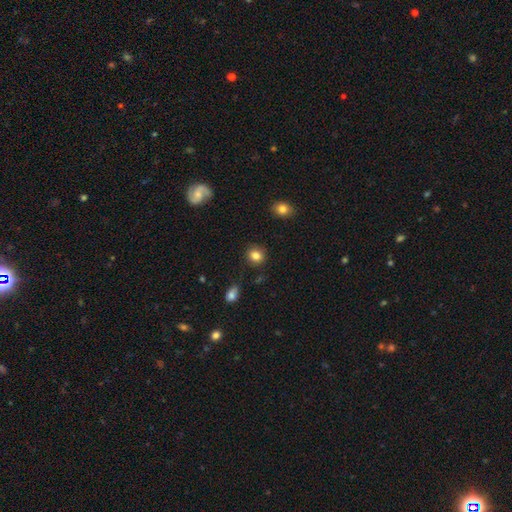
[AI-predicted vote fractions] smooth_or_featured: smooth (p=0.84) [alt: star or artifact p=0.10]
how_rounded: round (p=0.83) [alt: in between p=0.16]
merging: none (p=0.87) [alt: minor disturbance p=0.09]